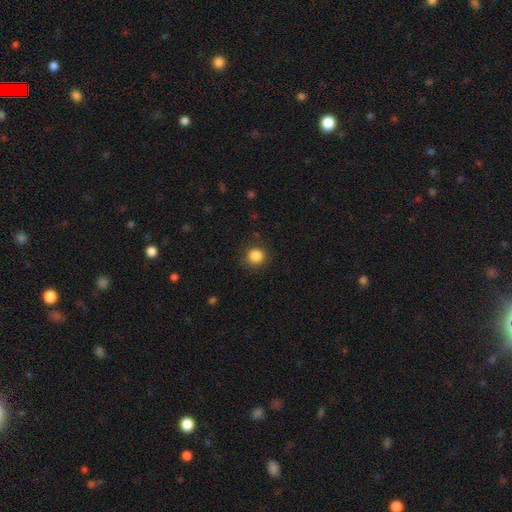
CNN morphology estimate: Smooth or featured? smooth (86%)
How rounded? round (92%)
Merging? none (89%)